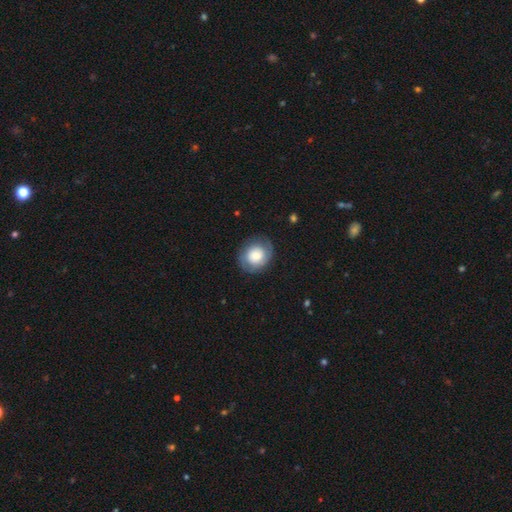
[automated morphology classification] A smooth galaxy with no disk features (58%) that is round (70%). Merging: none (80%).